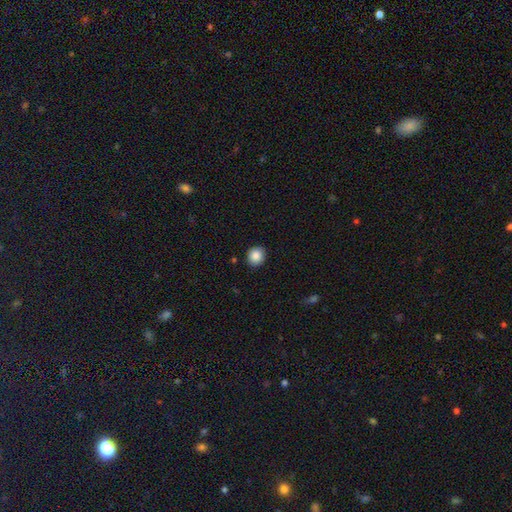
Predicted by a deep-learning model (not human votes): Overall: smooth (87%). How rounded: round (85%). Merging: none (90%).